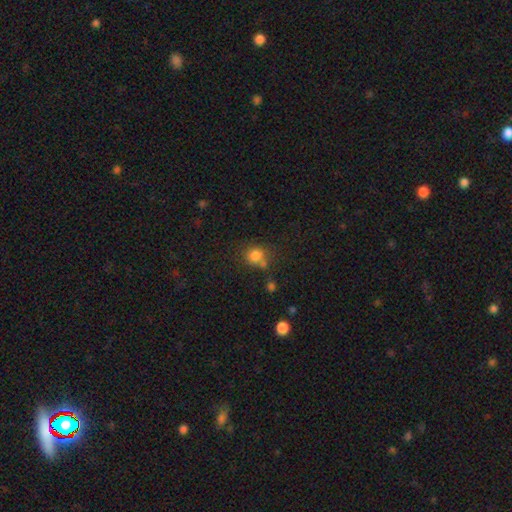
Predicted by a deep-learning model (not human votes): Smooth or featured? Predicted: smooth (p=0.80). How rounded? Predicted: round (p=0.78). Merging? Predicted: none (p=0.57).